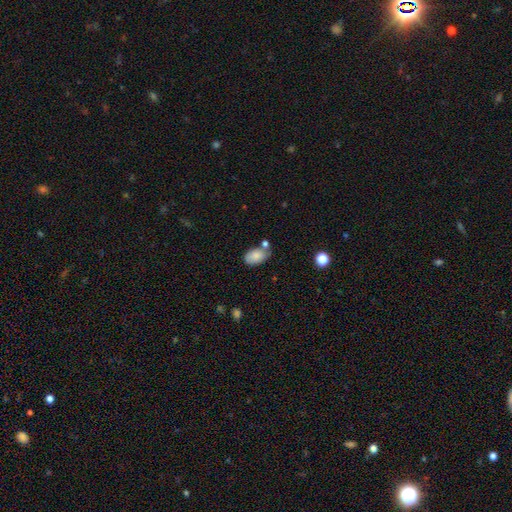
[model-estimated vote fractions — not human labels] Smooth or featured: smooth — 83% (featured or disk — 9%)
How rounded: in between — 91% (round — 7%)
Merging: none — 61% (minor disturbance — 20%)